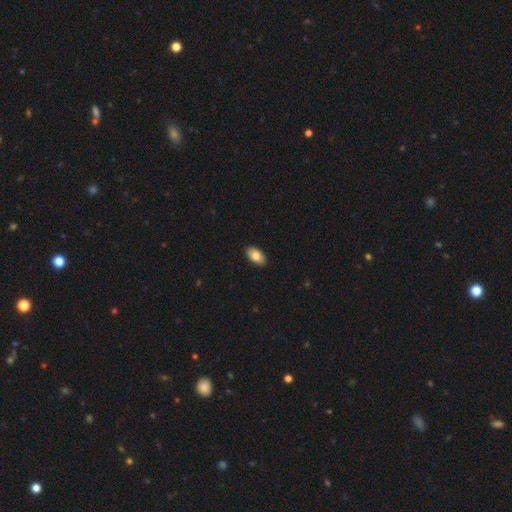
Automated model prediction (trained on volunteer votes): Overall: smooth (84%). How rounded: in between (94%). Merging: none (90%).